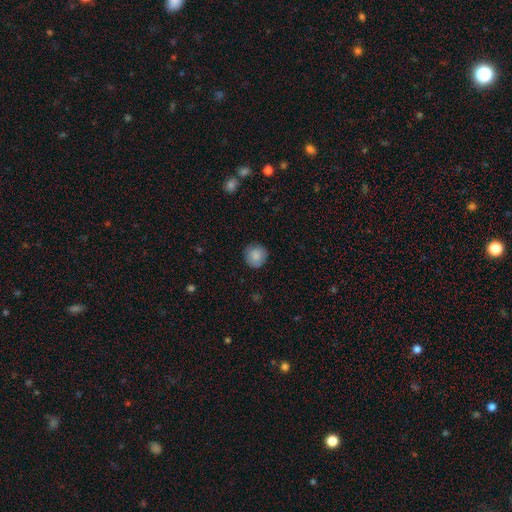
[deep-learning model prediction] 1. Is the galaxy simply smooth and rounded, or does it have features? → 85% smooth, 8% star or artifact, 7% featured or disk.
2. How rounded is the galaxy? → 92% round, 7% in between, 1% cigar-shaped.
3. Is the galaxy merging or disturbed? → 85% none, 11% minor disturbance, 2% major disturbance, 1% merger.